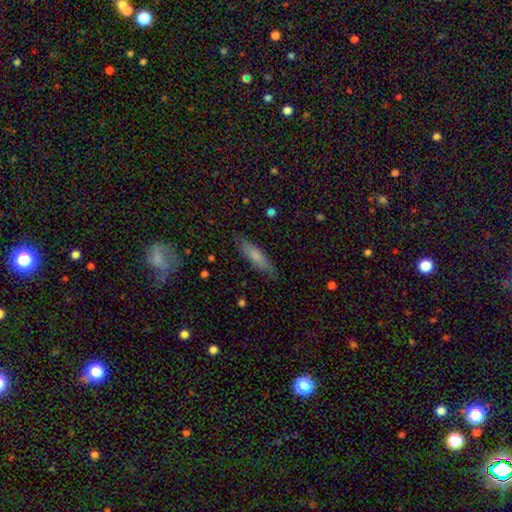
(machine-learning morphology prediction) Smooth or featured? smooth (74%)
How rounded? cigar-shaped (73%)
Merging? none (83%)